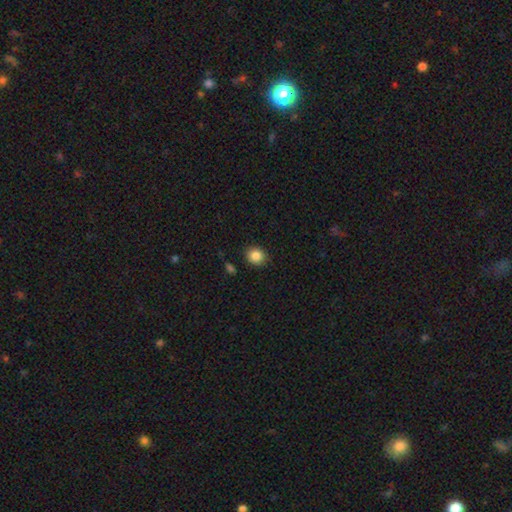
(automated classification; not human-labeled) Smooth or featured? Predicted: smooth (p=0.86). How rounded? Predicted: round (p=0.75). Merging? Predicted: none (p=0.88).